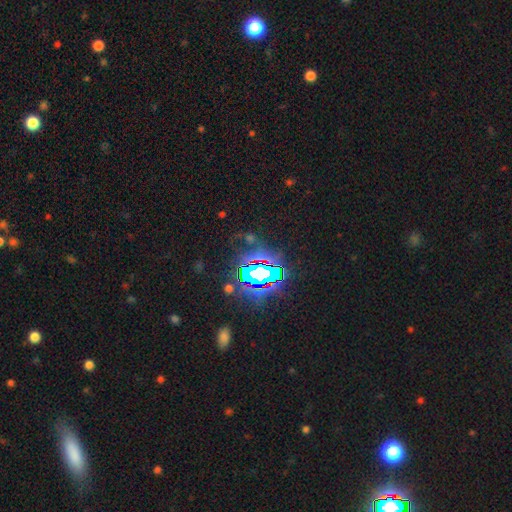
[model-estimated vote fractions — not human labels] This appears to be a star or artifact, not a galaxy (84%).